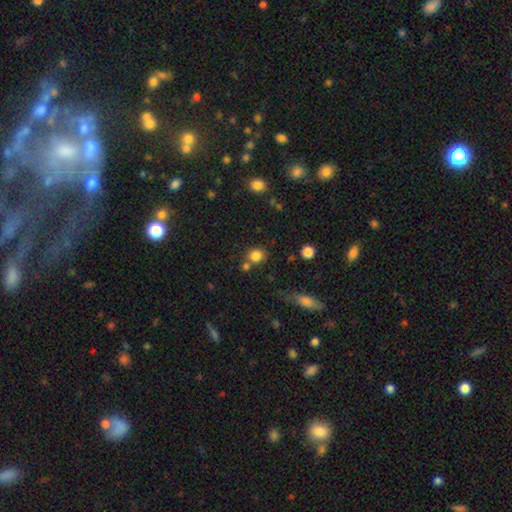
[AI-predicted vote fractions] Q: Smooth or featured?
A: smooth (82%); runner-up: star or artifact (12%)
Q: How rounded?
A: round (78%); runner-up: in between (21%)
Q: Merging?
A: none (67%); runner-up: merger (18%)